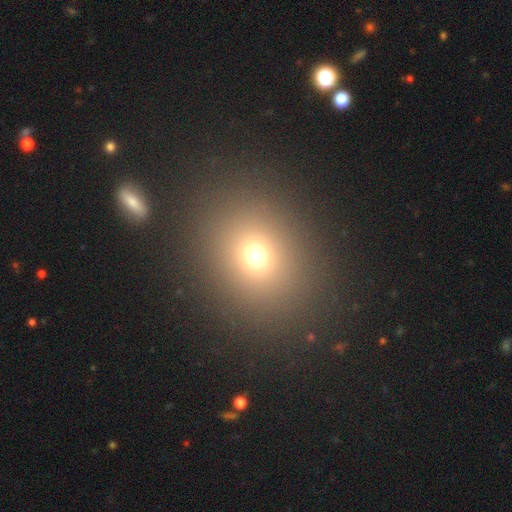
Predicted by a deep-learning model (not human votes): smooth_or_featured: smooth (p=0.69) [alt: star or artifact p=0.21]
how_rounded: round (p=0.66) [alt: in between p=0.33]
merging: none (p=0.86) [alt: minor disturbance p=0.07]